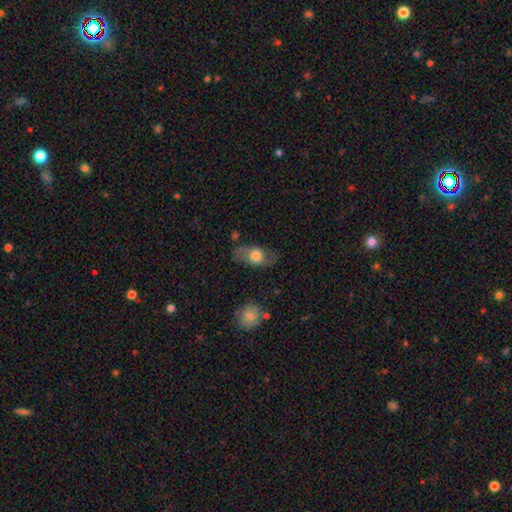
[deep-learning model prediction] This appears to be a smooth galaxy with no disk features (55%) that is in between round and cigar-shaped (77%). Merging: none (69%).